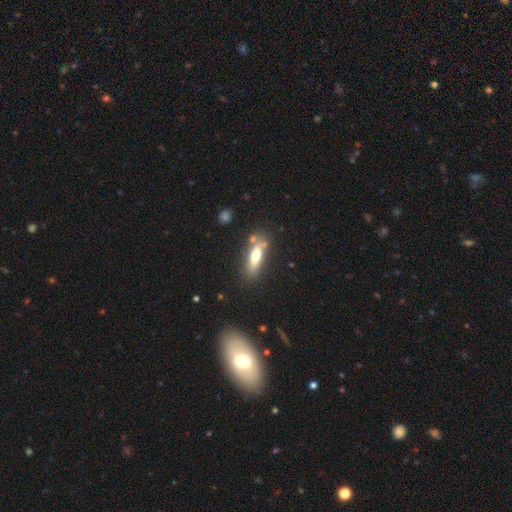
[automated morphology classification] Smooth or featured? Predicted: smooth (p=0.63). How rounded? Predicted: cigar-shaped (p=0.49). Merging? Predicted: none (p=0.69).